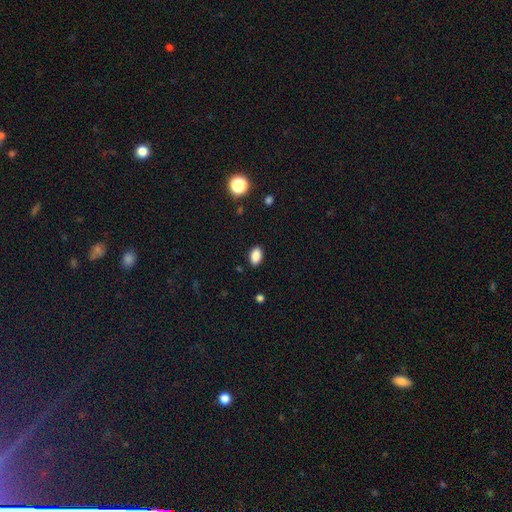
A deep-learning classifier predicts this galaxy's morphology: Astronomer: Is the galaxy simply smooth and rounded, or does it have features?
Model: smooth — 88%.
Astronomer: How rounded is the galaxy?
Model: in between — 91%.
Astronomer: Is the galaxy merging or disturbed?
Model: none — 88%.